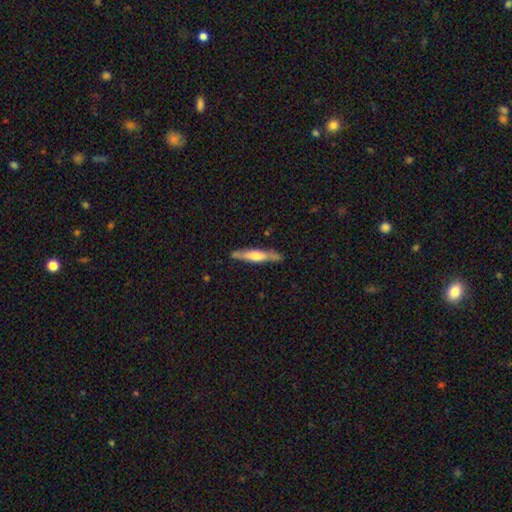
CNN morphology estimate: Overall: featured or disk (49%; smooth 45%). Merging: none (82%).